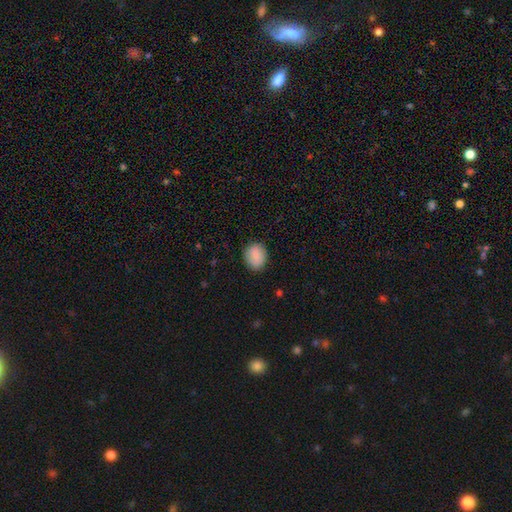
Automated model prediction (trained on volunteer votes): A smooth galaxy with no disk features (82%) that is round (63%). Merging: none (84%).